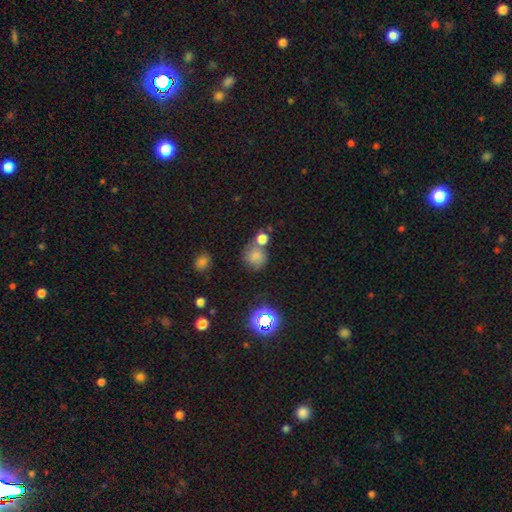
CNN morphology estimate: Smooth or featured?
  - smooth: 72% *
  - star or artifact: 18%
  - featured or disk: 9%
How rounded?
  - round: 82% *
  - in between: 17%
  - cigar-shaped: 1%
Merging?
  - none: 53% *
  - merger: 26%
  - minor disturbance: 14%
  - major disturbance: 6%